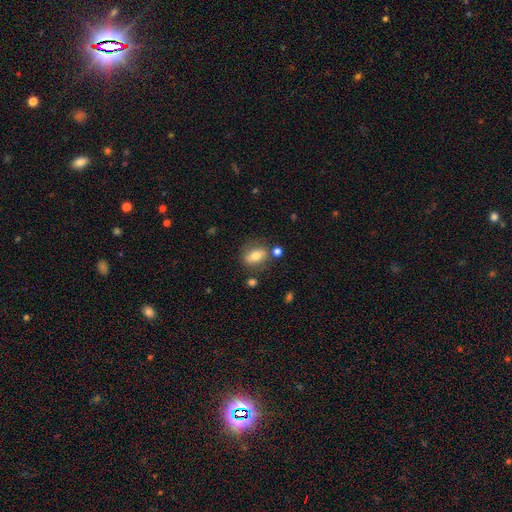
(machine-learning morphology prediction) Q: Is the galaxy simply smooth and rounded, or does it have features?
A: smooth — 71%.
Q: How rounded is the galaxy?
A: in between — 78%.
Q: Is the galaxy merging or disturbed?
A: none — 70%.